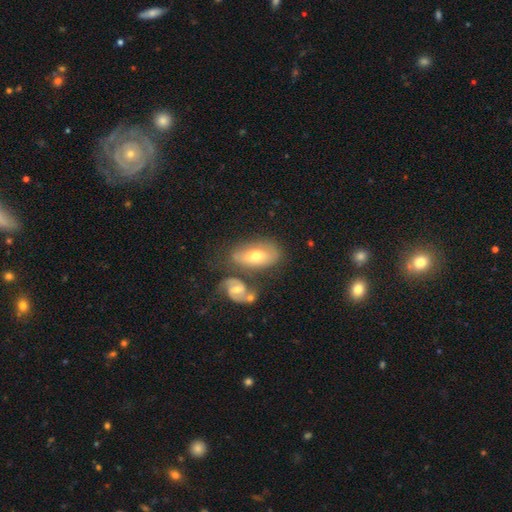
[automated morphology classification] The model was most divided on "smooth or featured": featured or disk: 49%, smooth: 42%, star or artifact: 8%. Remaining: merging — none (47%).